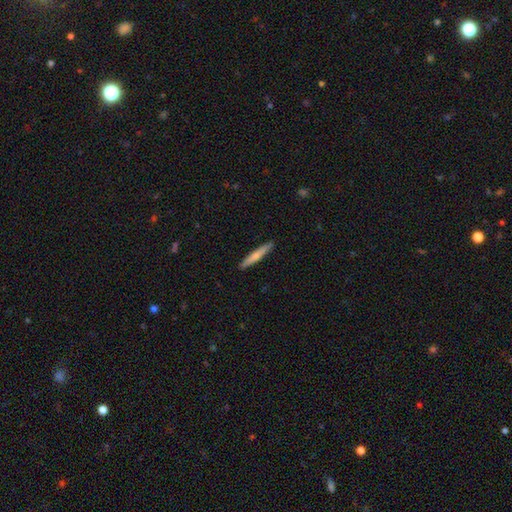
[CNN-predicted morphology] This appears to be a smooth galaxy with no disk features (63%) that is cigar-shaped (94%). Merging: none (91%).